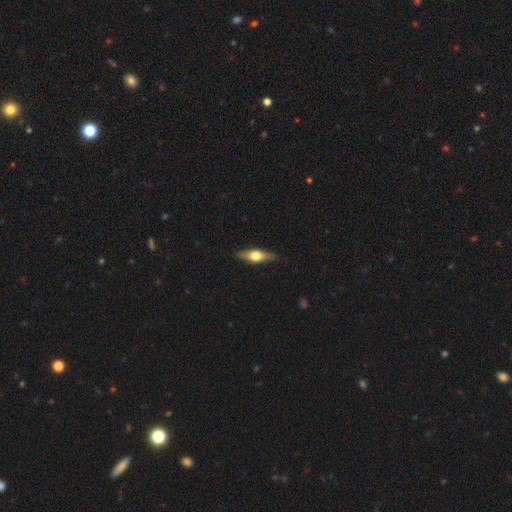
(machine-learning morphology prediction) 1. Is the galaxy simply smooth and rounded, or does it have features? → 48% featured or disk, 46% smooth, 6% star or artifact.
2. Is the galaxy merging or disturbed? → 85% none, 12% minor disturbance, 2% major disturbance, 1% merger.